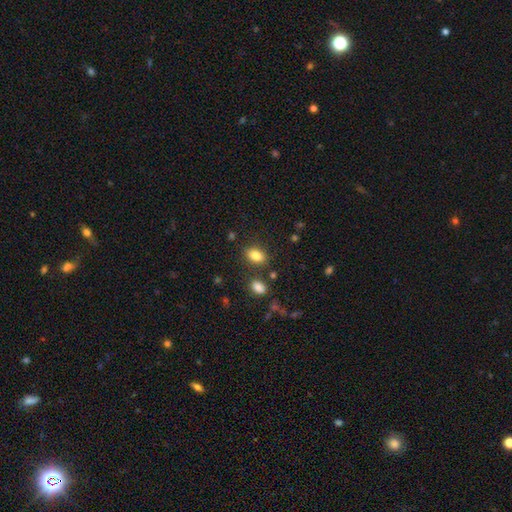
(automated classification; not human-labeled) smooth-or-featured: smooth: 84% | star or artifact: 9% | featured or disk: 7%
  how-rounded: in between: 85% | round: 13% | cigar-shaped: 2%
  merging: none: 81% | minor disturbance: 11% | merger: 5% | major disturbance: 3%